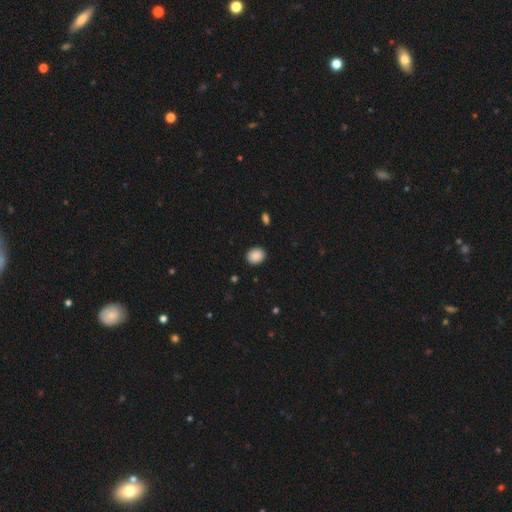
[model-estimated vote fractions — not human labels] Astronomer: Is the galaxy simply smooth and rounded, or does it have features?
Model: smooth — 89%.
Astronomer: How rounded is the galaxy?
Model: round — 54% (runner-up: in between, 45%).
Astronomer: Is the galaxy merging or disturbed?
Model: none — 90%.